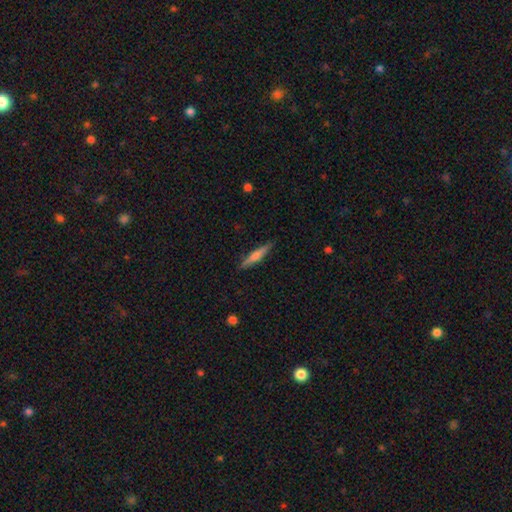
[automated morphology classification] smooth_or_featured: smooth (p=0.54) [alt: featured or disk p=0.40]
how_rounded: cigar-shaped (p=0.91) [alt: in between p=0.08]
merging: none (p=0.88) [alt: minor disturbance p=0.09]